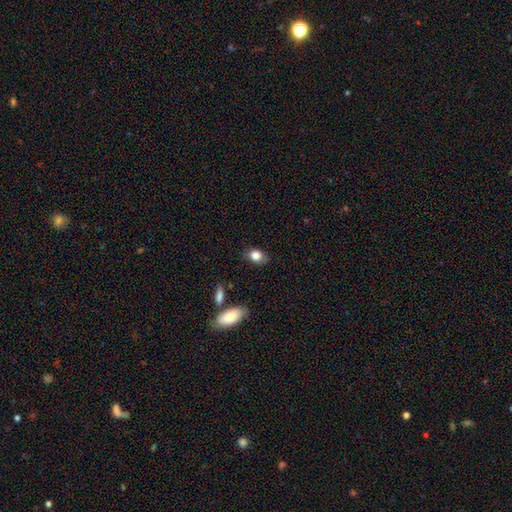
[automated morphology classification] Overall: smooth (83%). How rounded: in between (77%). Merging: none (80%).